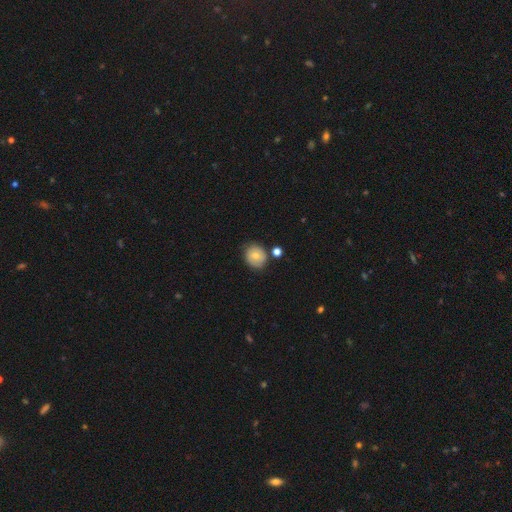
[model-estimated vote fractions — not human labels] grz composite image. It shows a smooth galaxy with no disk features (69%) that is round (80%). Merging: none (73%).